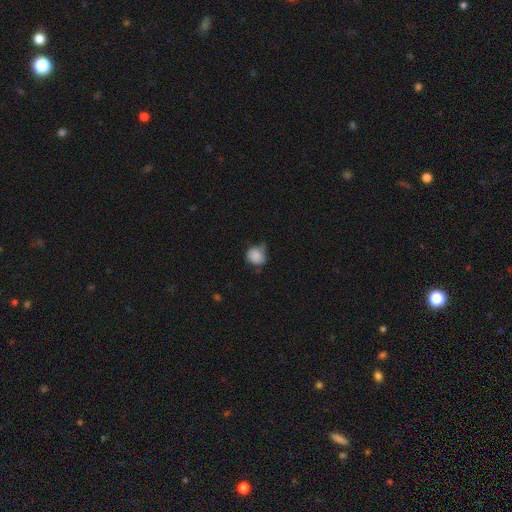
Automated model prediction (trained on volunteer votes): Overall: smooth (82%). How rounded: round (77%). Merging: minor disturbance (42%; none 41%).